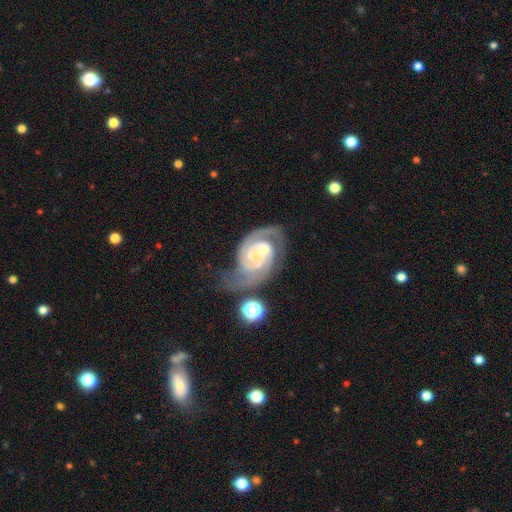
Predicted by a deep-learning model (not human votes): Smooth or featured? Predicted: featured or disk (p=0.89). Edge-on disk? Predicted: no (p=0.98). Bar? Predicted: no (p=0.45). Spiral arms? Predicted: yes (p=0.98). Spiral winding? Predicted: tight (p=0.54). Spiral arm count? Predicted: 2 (p=0.72). Bulge size? Predicted: small (p=0.57). Merging? Predicted: none (p=0.44).